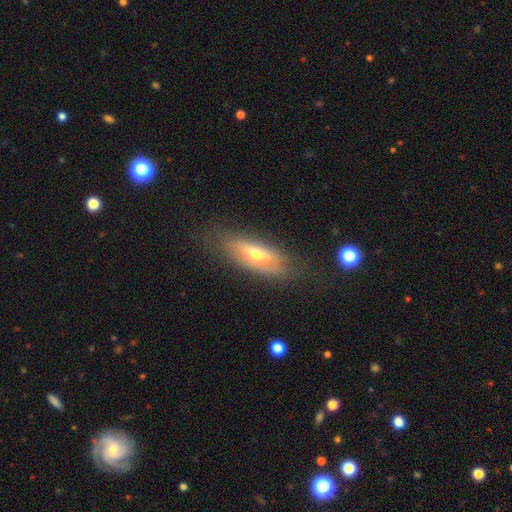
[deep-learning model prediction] A featured or disk galaxy (47%). Merging: none (70%).